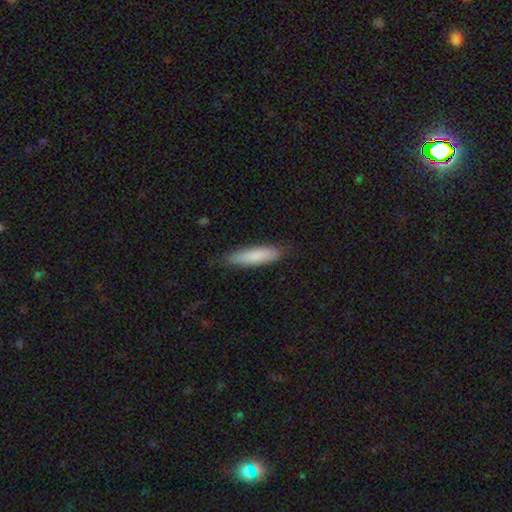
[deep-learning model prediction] smooth-or-featured: smooth: 84% | featured or disk: 11% | star or artifact: 5%
  how-rounded: cigar-shaped: 73% | in between: 26% | round: 1%
  merging: none: 84% | minor disturbance: 13% | major disturbance: 2% | merger: 1%